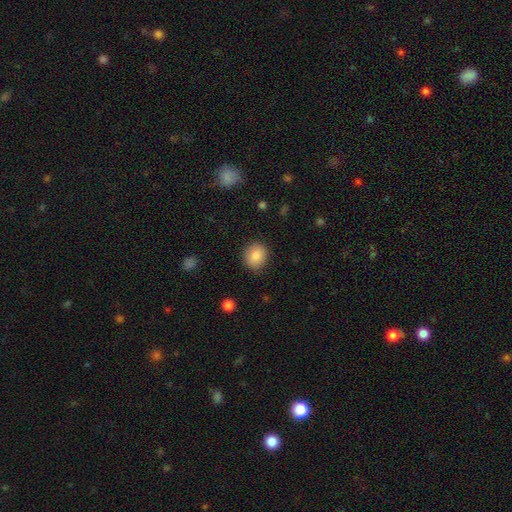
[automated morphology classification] smooth_or_featured: smooth (p=0.85) [alt: star or artifact p=0.08]
how_rounded: round (p=0.78) [alt: in between p=0.21]
merging: none (p=0.88) [alt: minor disturbance p=0.09]